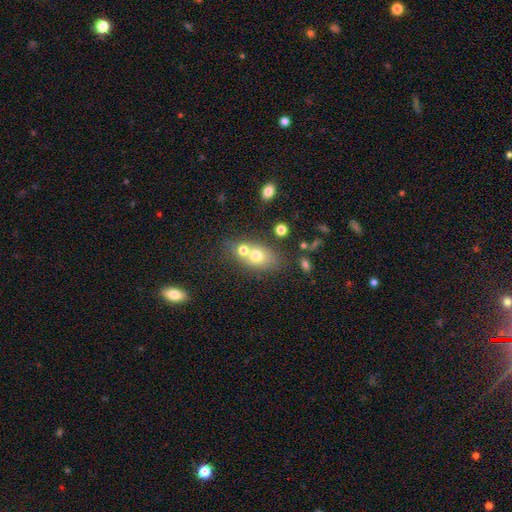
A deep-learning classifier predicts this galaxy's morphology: smooth-or-featured: smooth: 67% | featured or disk: 21% | star or artifact: 11%
  how-rounded: in between: 65% | round: 32% | cigar-shaped: 3%
  merging: merger: 48% | none: 38% | minor disturbance: 10% | major disturbance: 5%